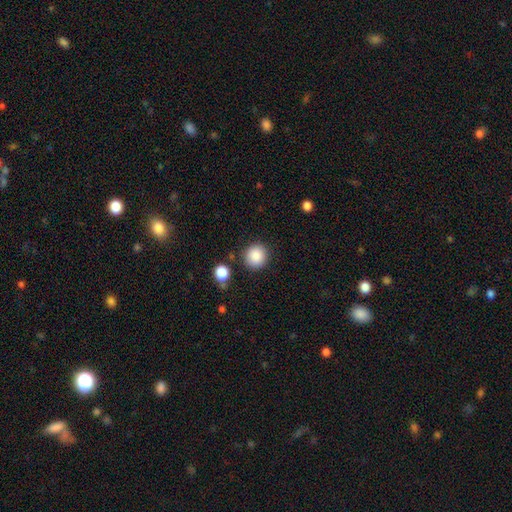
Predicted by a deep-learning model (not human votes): smooth 87%, star or artifact 9%, featured or disk 4%. Down the decision tree: how rounded — round (89%); merging — none (86%).